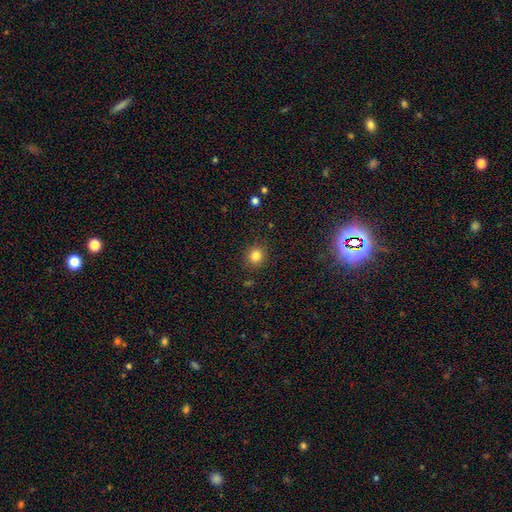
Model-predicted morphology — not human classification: A smooth galaxy with no disk features (83%) that is round (87%). Merging: none (89%).